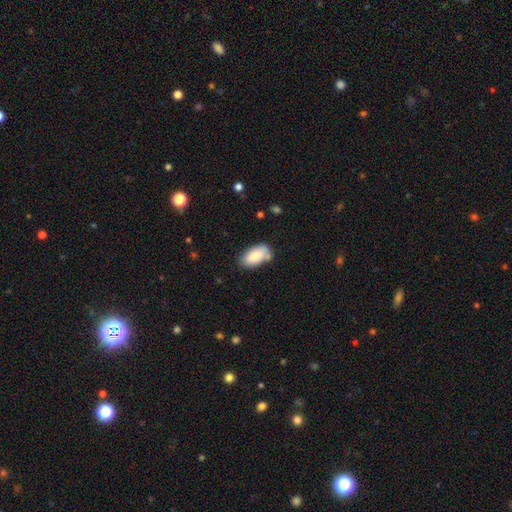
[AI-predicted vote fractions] A smooth galaxy with no disk features (84%) that is in between round and cigar-shaped (95%).

Vote fractions:
- Smooth or featured? smooth: 84% / featured or disk: 9% / star or artifact: 7%
- How rounded? in between: 95% / round: 3% / cigar-shaped: 3%
- Merging? none: 67% / minor disturbance: 21% / merger: 7% / major disturbance: 5%